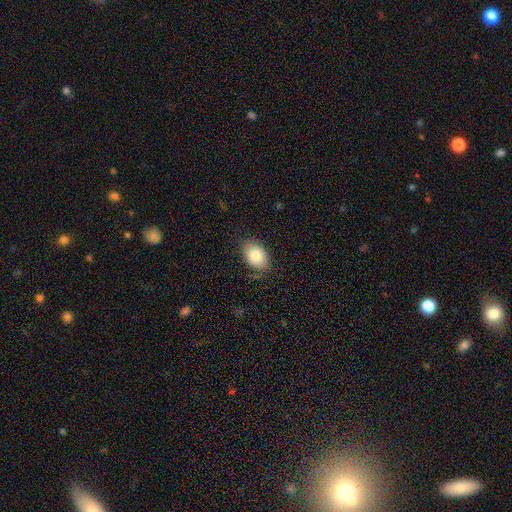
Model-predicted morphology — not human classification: Smooth or featured: smooth — 84% (featured or disk — 9%)
How rounded: in between — 86% (round — 13%)
Merging: none — 76% (minor disturbance — 18%)